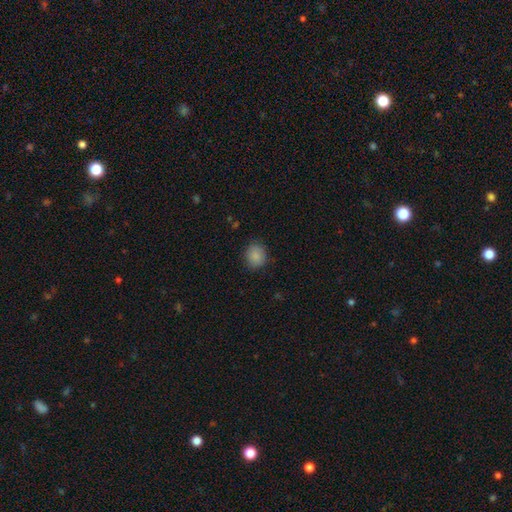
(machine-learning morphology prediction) Smooth or featured? smooth (87%)
How rounded? round (77%)
Merging? none (84%)